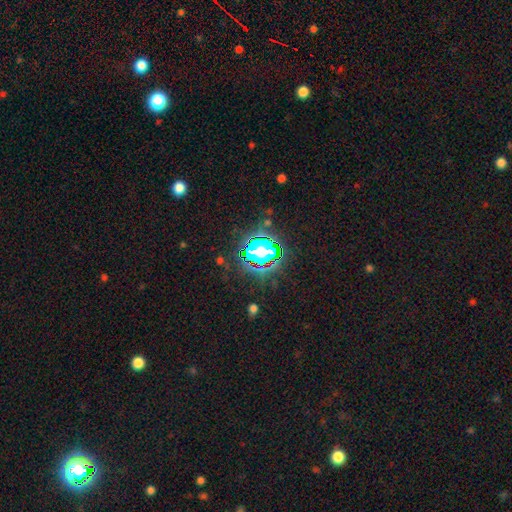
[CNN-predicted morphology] Overall: star or artifact (82%).